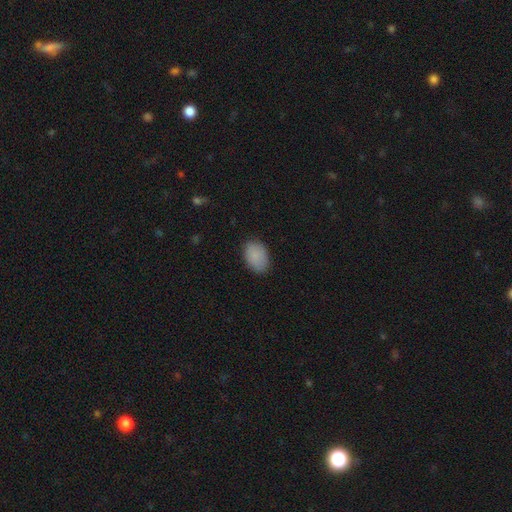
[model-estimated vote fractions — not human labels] A smooth galaxy with no disk features (87%) that is in between round and cigar-shaped (85%). Merging: none (84%).